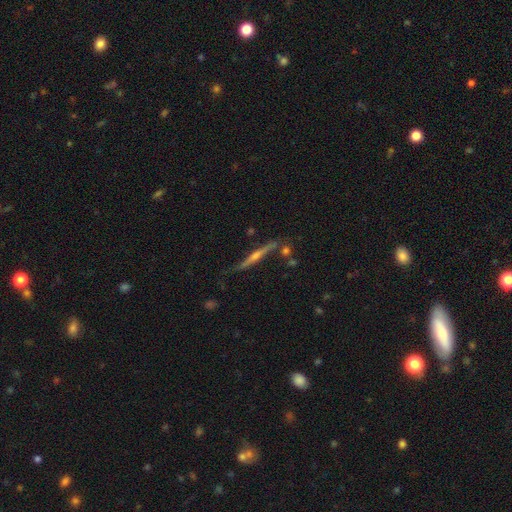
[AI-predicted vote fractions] A featured or disk galaxy (79%) viewed edge-on (96%) with a rounded central bulge (81%). Merging: none (74%).